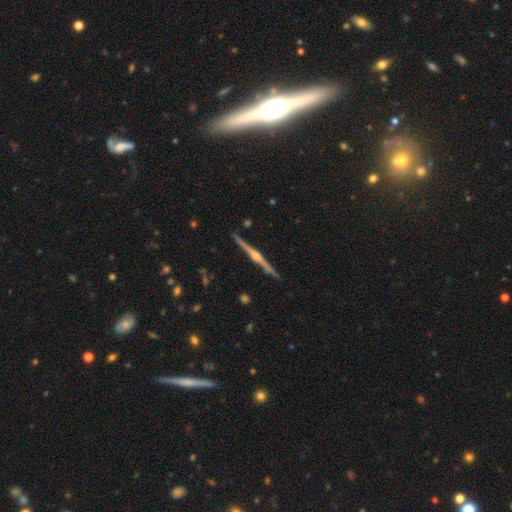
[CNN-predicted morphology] A featured or disk galaxy (87%) viewed edge-on (99%) with a rounded central bulge (89%).

Vote fractions:
- Smooth or featured? featured or disk: 87% / smooth: 8% / star or artifact: 5%
- Edge-on disk? yes: 99% / no: 1%
- Edge-on bulge? rounded: 89% / boxy: 6% / none: 5%
- Merging? none: 92% / minor disturbance: 5% / major disturbance: 1% / merger: 1%